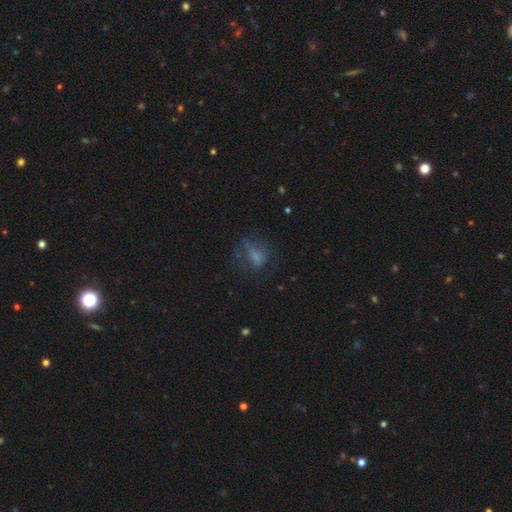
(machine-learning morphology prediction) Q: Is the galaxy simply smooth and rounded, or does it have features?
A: smooth — 51%.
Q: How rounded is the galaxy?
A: in between — 64%.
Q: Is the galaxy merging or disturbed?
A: none — 45%.